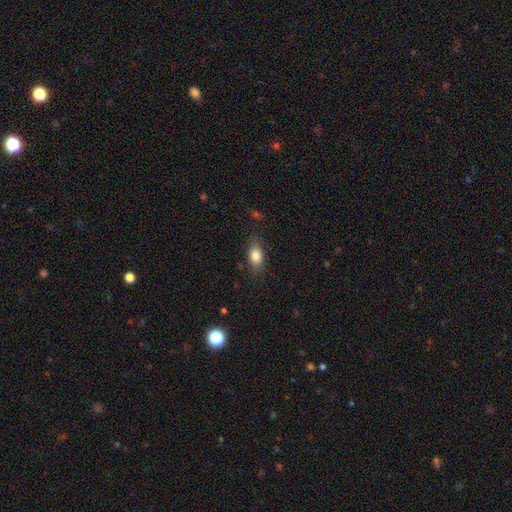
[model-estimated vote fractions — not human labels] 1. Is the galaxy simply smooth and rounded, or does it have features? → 82% smooth, 10% featured or disk, 8% star or artifact.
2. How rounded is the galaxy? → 84% in between, 9% round, 7% cigar-shaped.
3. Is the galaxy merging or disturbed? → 80% none, 15% minor disturbance, 4% major disturbance, 1% merger.